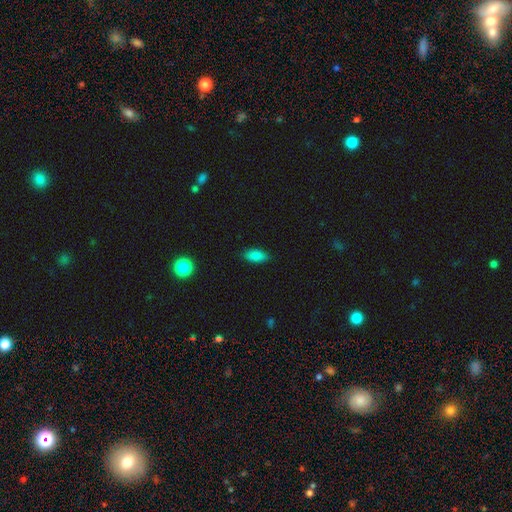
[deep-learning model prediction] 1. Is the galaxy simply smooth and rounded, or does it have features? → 86% smooth, 8% star or artifact, 6% featured or disk.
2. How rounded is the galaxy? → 87% in between, 10% cigar-shaped, 3% round.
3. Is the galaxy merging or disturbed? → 85% none, 12% minor disturbance, 2% major disturbance, 1% merger.